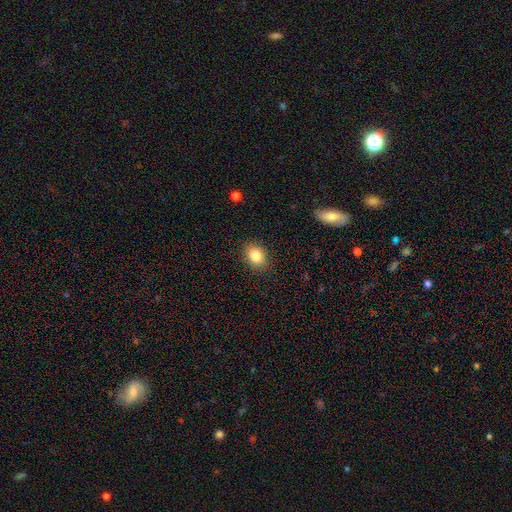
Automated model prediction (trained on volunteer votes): Smooth or featured? Predicted: smooth (p=0.85). How rounded? Predicted: in between (p=0.63). Merging? Predicted: none (p=0.87).